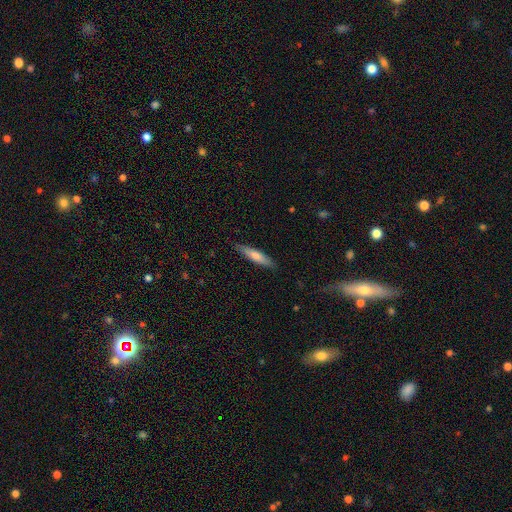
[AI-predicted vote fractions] Smooth or featured?
  - smooth: 70% *
  - featured or disk: 25%
  - star or artifact: 5%
How rounded?
  - cigar-shaped: 81% *
  - in between: 17%
  - round: 1%
Merging?
  - none: 87% *
  - minor disturbance: 10%
  - major disturbance: 2%
  - merger: 1%